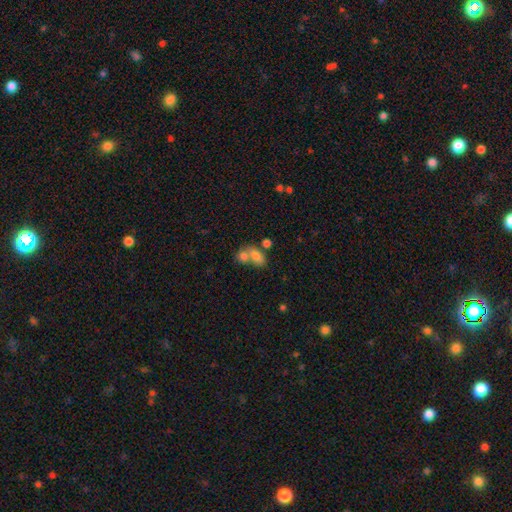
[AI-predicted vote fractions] Smooth or featured? Predicted: smooth (p=0.78). How rounded? Predicted: in between (p=0.85). Merging? Predicted: merger (p=0.55).